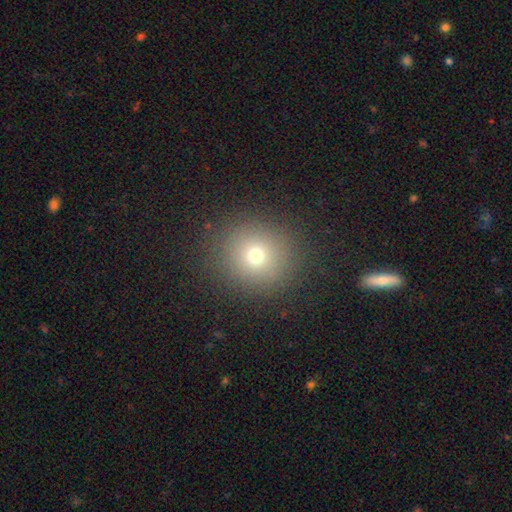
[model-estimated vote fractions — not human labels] A smooth galaxy with no disk features (70%) that is round (91%).

Vote fractions:
- Smooth or featured? smooth: 70% / star or artifact: 19% / featured or disk: 11%
- How rounded? round: 91% / in between: 8% / cigar-shaped: 1%
- Merging? none: 88% / minor disturbance: 7% / major disturbance: 4% / merger: 1%